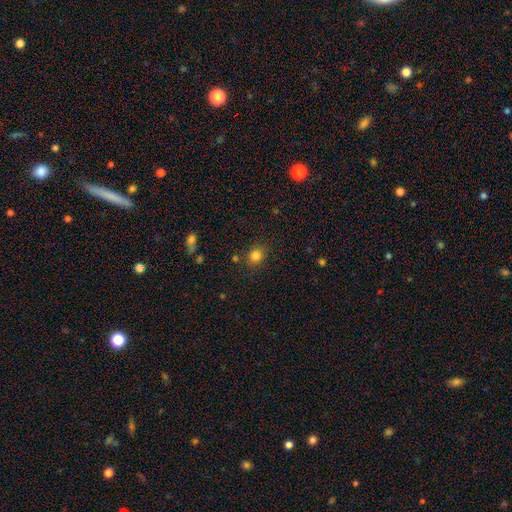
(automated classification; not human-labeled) A smooth galaxy with no disk features (82%) that is round (74%). Merging: none (82%).